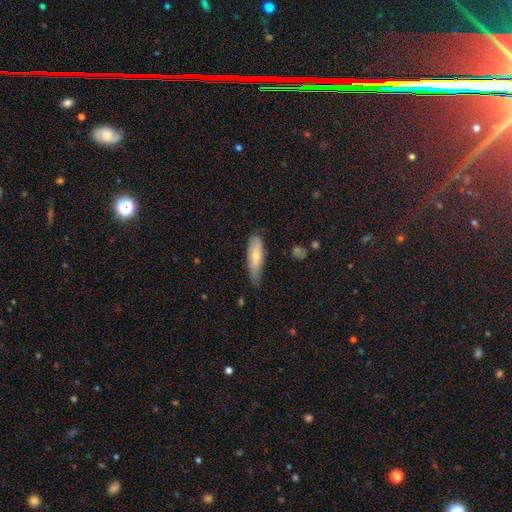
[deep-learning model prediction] Morphology: type=smooth (67%); roundness=cigar-shaped (50%); merging=none (63%).